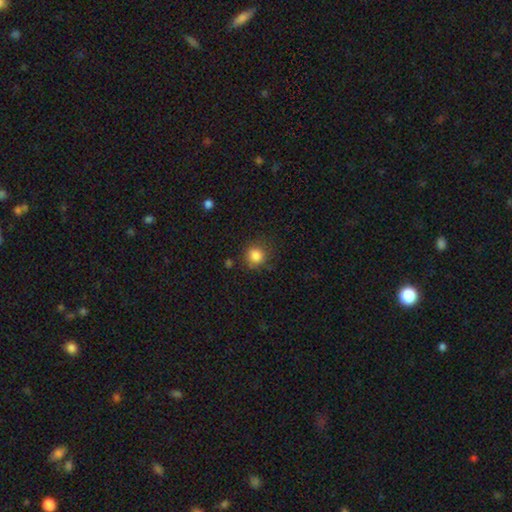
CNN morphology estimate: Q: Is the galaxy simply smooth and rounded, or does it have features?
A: smooth — 84%.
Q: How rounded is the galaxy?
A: round — 89%.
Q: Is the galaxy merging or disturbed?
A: none — 80%.